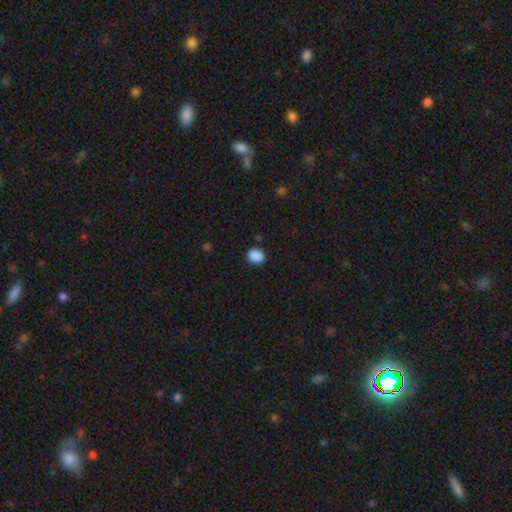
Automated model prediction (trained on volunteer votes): Smooth or featured?
  - smooth: 88% *
  - star or artifact: 9%
  - featured or disk: 3%
How rounded?
  - round: 68% *
  - in between: 31%
  - cigar-shaped: 1%
Merging?
  - none: 86% *
  - minor disturbance: 10%
  - major disturbance: 3%
  - merger: 2%